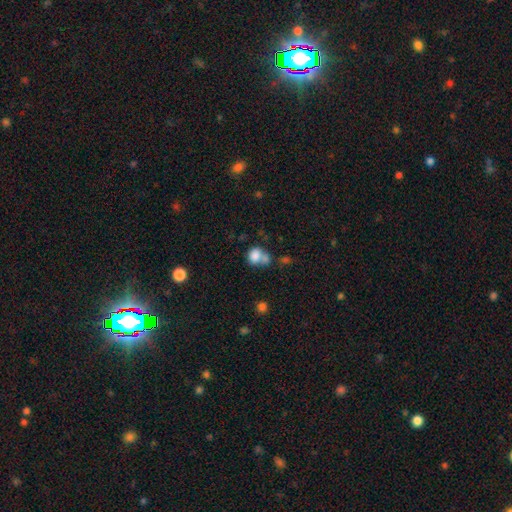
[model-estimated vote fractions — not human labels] Overall: smooth (80%). How rounded: round (60%; in between 39%). Merging: merger (46%; none 31%).